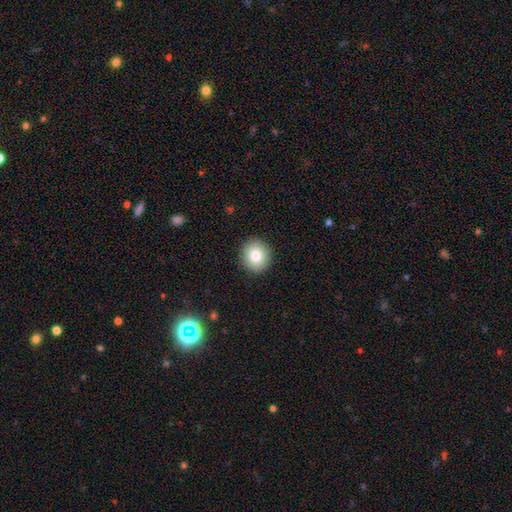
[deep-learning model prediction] Smooth or featured: smooth — 82% (featured or disk — 9%)
How rounded: round — 85% (in between — 14%)
Merging: none — 92% (minor disturbance — 6%)